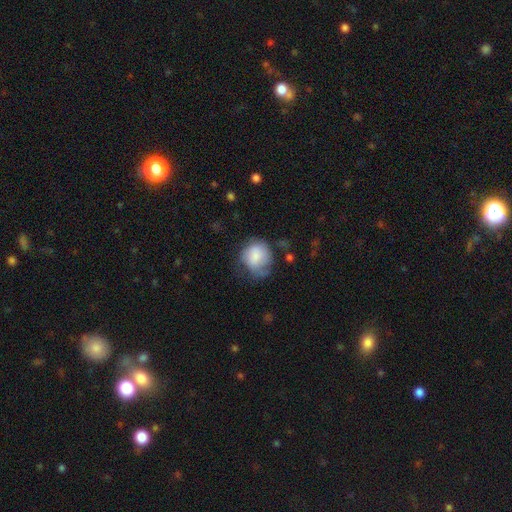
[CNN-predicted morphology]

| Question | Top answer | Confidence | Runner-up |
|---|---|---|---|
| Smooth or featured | smooth | 74% | featured or disk (19%) |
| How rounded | round | 73% | in between (26%) |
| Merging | none | 41% | minor disturbance (34%) |